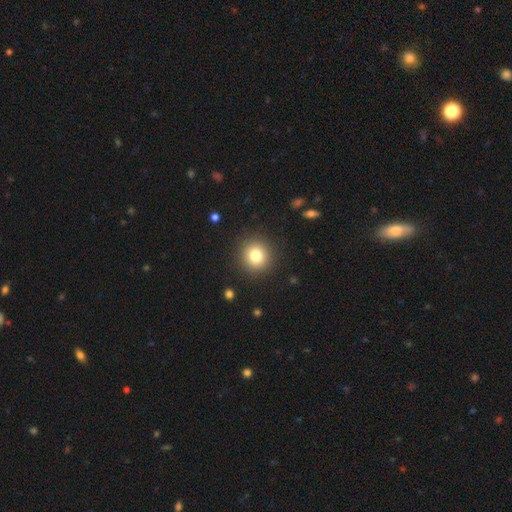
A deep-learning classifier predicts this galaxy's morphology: Smooth or featured? Predicted: smooth (p=0.79). How rounded? Predicted: round (p=0.93). Merging? Predicted: none (p=0.91).